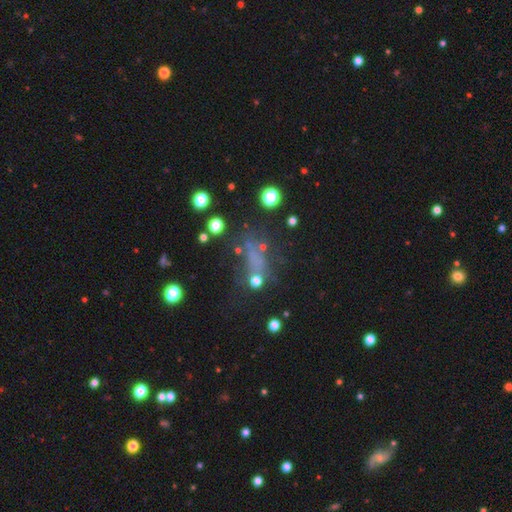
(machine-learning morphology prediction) A star or artifact, not a galaxy (44%).

Vote fractions:
- Smooth or featured? star or artifact: 44% / smooth: 32% / featured or disk: 24%